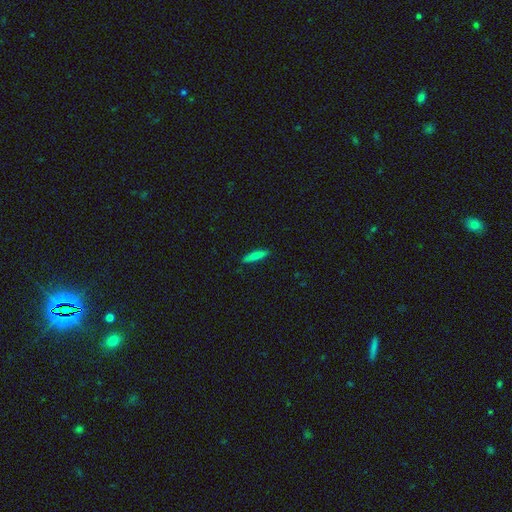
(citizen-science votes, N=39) Smooth or featured? 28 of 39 (72%) said smooth. How rounded? 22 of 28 (79%) said cigar-shaped. Merging? 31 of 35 (89%) said none.